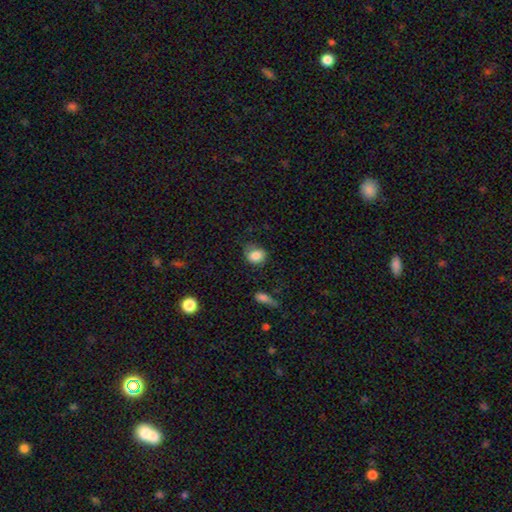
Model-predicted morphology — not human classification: A smooth galaxy with no disk features (85%) that is round (60%).

Vote fractions:
- Smooth or featured? smooth: 85% / star or artifact: 9% / featured or disk: 6%
- How rounded? round: 60% / in between: 39% / cigar-shaped: 1%
- Merging? none: 61% / minor disturbance: 27% / major disturbance: 9% / merger: 3%